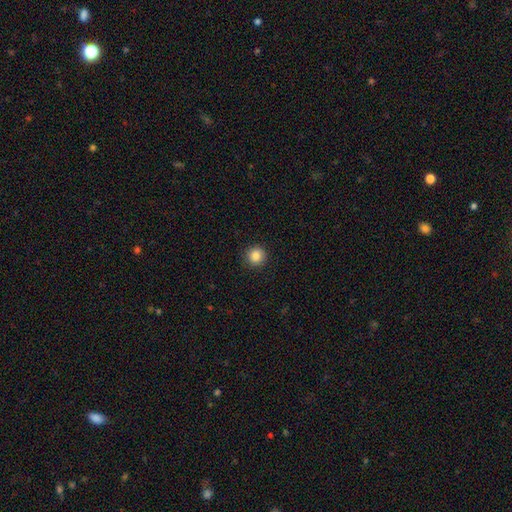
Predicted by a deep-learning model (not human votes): This is clearly a smooth galaxy (85%). How rounded: clearly round (95%). Merging: clearly none (92%).